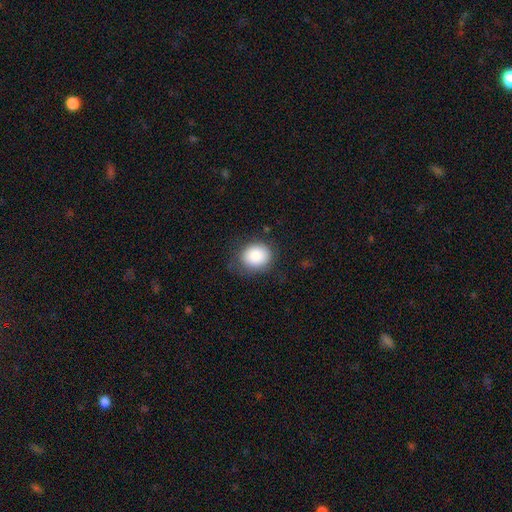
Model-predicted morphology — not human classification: Overall: smooth (86%). How rounded: round (66%; in between 33%). Merging: none (73%).